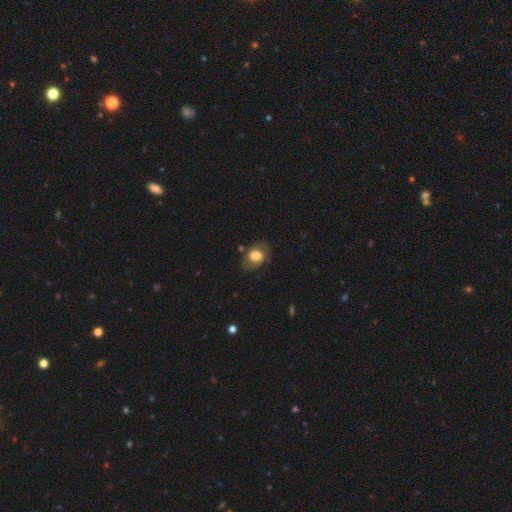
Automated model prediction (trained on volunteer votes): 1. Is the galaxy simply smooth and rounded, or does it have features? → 69% smooth, 23% featured or disk, 8% star or artifact.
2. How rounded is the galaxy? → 65% in between, 34% round, 1% cigar-shaped.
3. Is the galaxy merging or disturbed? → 67% none, 22% minor disturbance, 8% major disturbance, 2% merger.